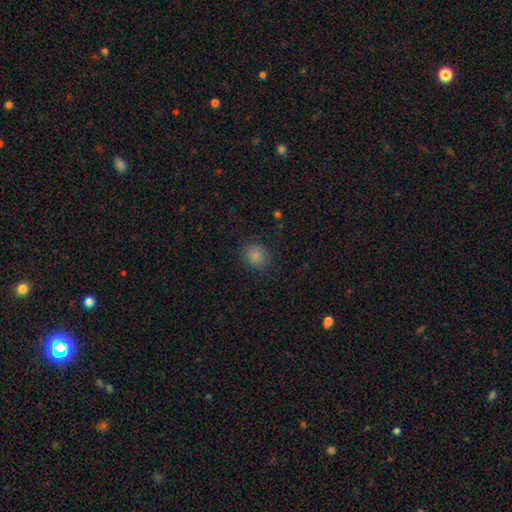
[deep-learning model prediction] This is clearly a smooth galaxy (85%). How rounded: clearly round (82%). Merging: clearly none (84%).